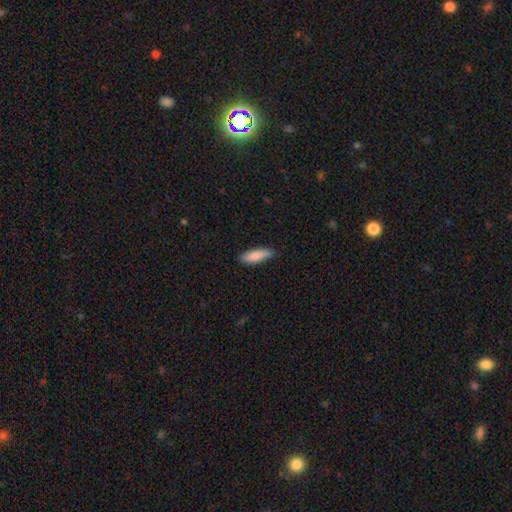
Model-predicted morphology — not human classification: The model was most divided on "how rounded": cigar-shaped: 52%, in between: 46%, round: 2%. More confident: smooth or featured — smooth (84%); merging — none (83%).